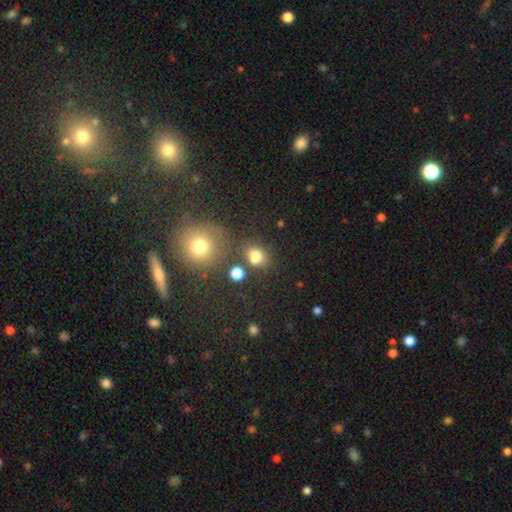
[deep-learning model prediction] smooth_or_featured: smooth (p=0.75) [alt: star or artifact p=0.17]
how_rounded: round (p=0.54) [alt: in between p=0.44]
merging: none (p=0.58) [alt: merger p=0.18]